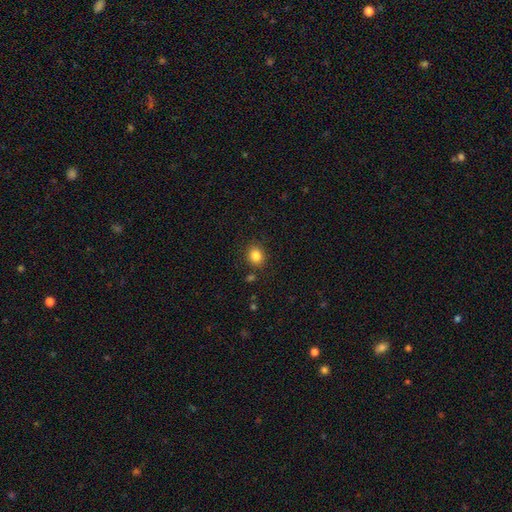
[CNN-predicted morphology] The model was most divided on "how rounded": round: 69%, in between: 30%, cigar-shaped: 1%. More confident: merging — none (86%); smooth or featured — smooth (85%).